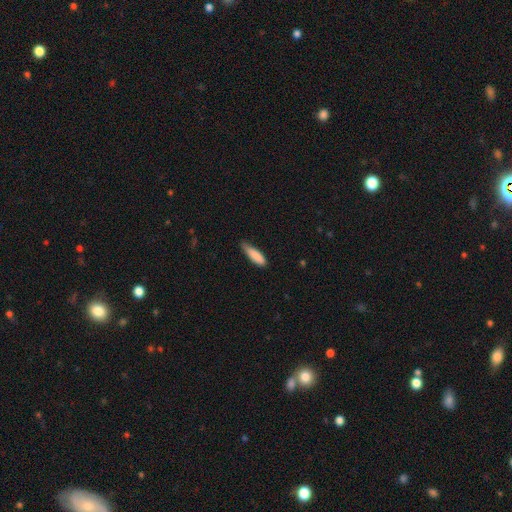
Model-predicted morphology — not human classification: This is clearly a smooth galaxy (87%). How rounded: possibly cigar-shaped (58%). Merging: possibly none (55%).